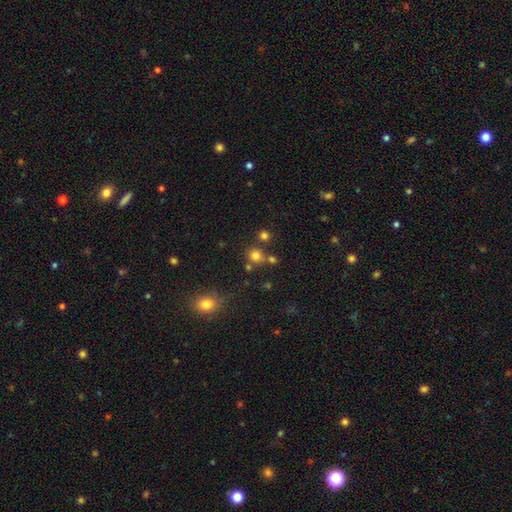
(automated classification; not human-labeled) smooth 75%, star or artifact 18%, featured or disk 7%. Down the decision tree: how rounded — round (89%); merging — none (68%).